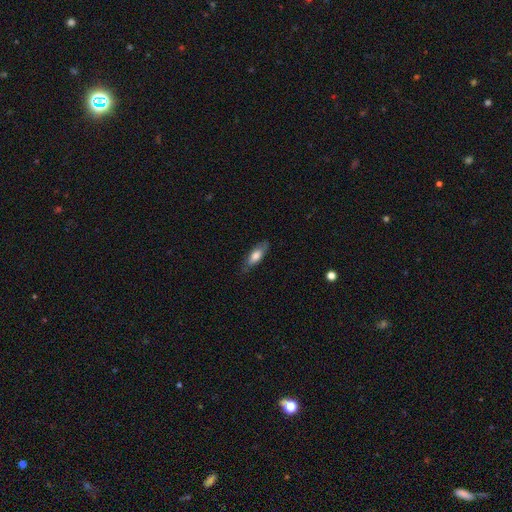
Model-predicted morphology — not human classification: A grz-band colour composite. It shows a smooth galaxy with no disk features (70%) that is in between round and cigar-shaped (66%). Merging: none (77%).